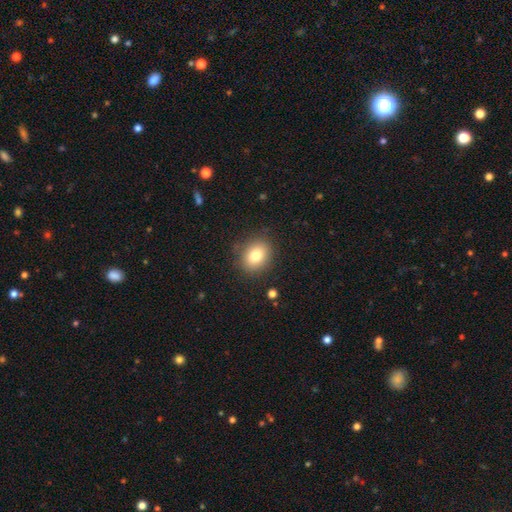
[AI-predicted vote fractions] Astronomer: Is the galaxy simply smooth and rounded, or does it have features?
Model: smooth — 81%.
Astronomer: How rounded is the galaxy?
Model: in between — 51% (runner-up: round, 48%).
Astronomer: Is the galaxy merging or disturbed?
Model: none — 84%.